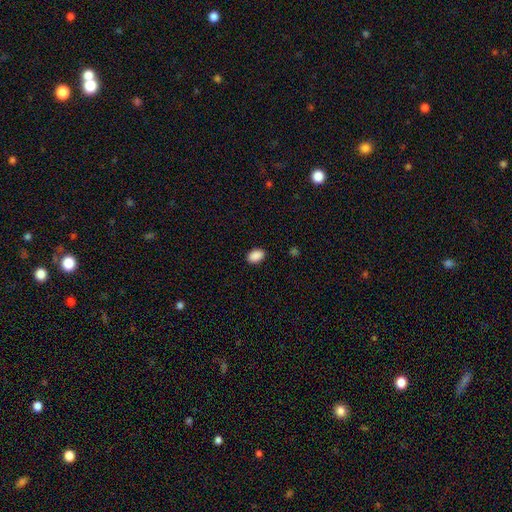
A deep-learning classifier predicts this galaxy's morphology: smooth-or-featured: smooth: 90% | star or artifact: 8% | featured or disk: 2%
  how-rounded: in between: 85% | round: 14% | cigar-shaped: 1%
  merging: none: 89% | minor disturbance: 8% | major disturbance: 2% | merger: 1%